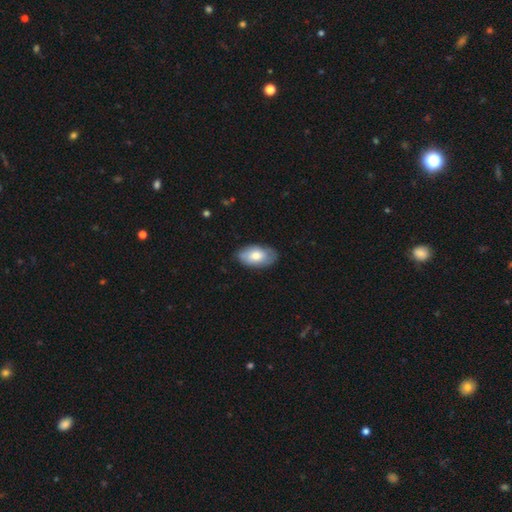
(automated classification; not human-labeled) Smooth or featured? Predicted: smooth (p=0.73). How rounded? Predicted: in between (p=0.94). Merging? Predicted: none (p=0.79).